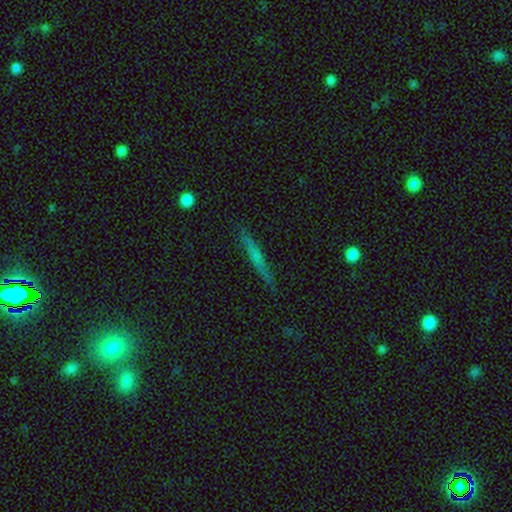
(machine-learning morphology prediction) smooth_or_featured: featured or disk (p=0.50) [alt: smooth p=0.40]
disk_edge_on: yes (p=0.96) [alt: no p=0.04]
merging: none (p=0.88) [alt: minor disturbance p=0.08]